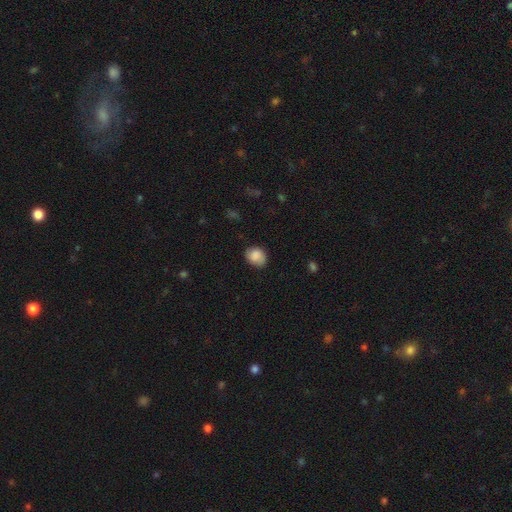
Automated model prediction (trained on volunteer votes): smooth_or_featured: smooth (p=0.85) [alt: star or artifact p=0.08]
how_rounded: round (p=0.52) [alt: in between p=0.47]
merging: none (p=0.75) [alt: minor disturbance p=0.20]